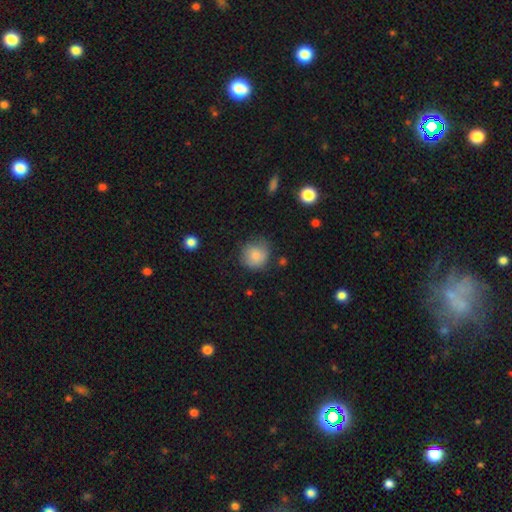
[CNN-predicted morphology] This is clearly a smooth galaxy (83%). How rounded: clearly round (88%). Merging: likely none (68%).